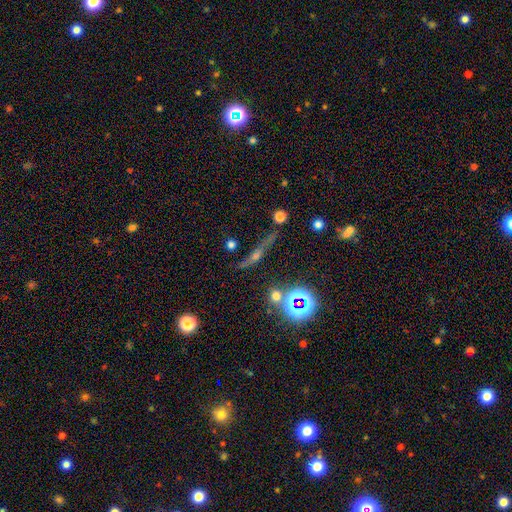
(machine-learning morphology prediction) A featured or disk galaxy (51%) viewed edge-on (82%). Merging: none (70%).